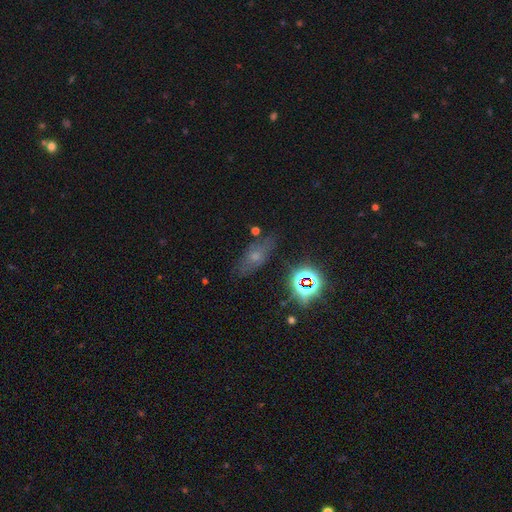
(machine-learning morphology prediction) smooth_or_featured: smooth (p=0.46) [alt: star or artifact p=0.28]
merging: none (p=0.76) [alt: minor disturbance p=0.16]